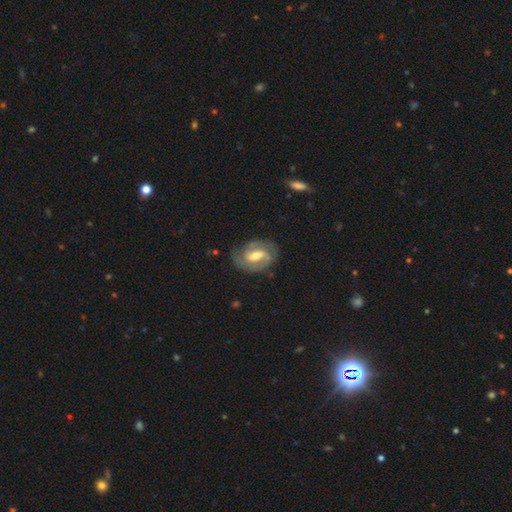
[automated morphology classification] Smooth or featured? Predicted: featured or disk (p=0.77). Edge-on disk? Predicted: no (p=0.96). Bar? Predicted: weak (p=0.50). Spiral arms? Predicted: yes (p=0.89). Spiral winding? Predicted: tight (p=0.44). Spiral arm count? Predicted: 2 (p=0.77). Bulge size? Predicted: moderate (p=0.59). Merging? Predicted: none (p=0.74).